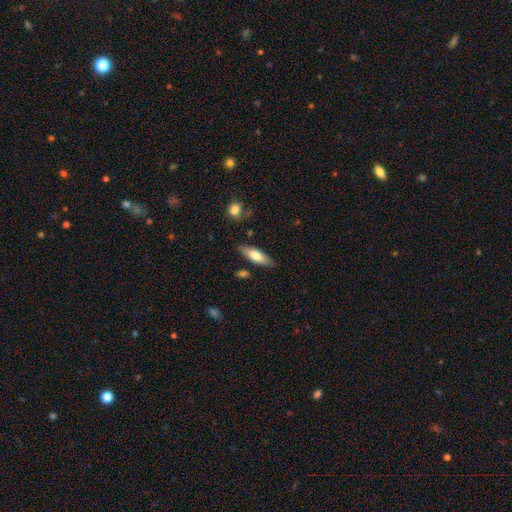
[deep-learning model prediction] smooth 70%, featured or disk 24%, star or artifact 6%. Down the decision tree: how rounded — in between (52%); merging — none (82%).